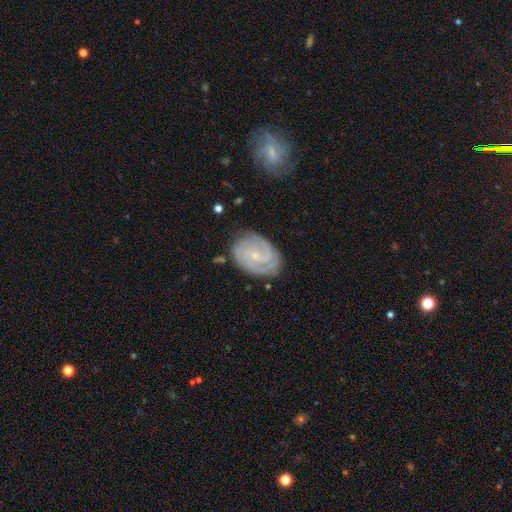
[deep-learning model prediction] Smooth or featured? featured or disk (81%)
Edge-on disk? no (97%)
Bar? no (60%)
Spiral arms? yes (95%)
Spiral winding? tight (63%)
Spiral arm count? 2 (34%)
Bulge size? small (79%)
Merging? none (75%)